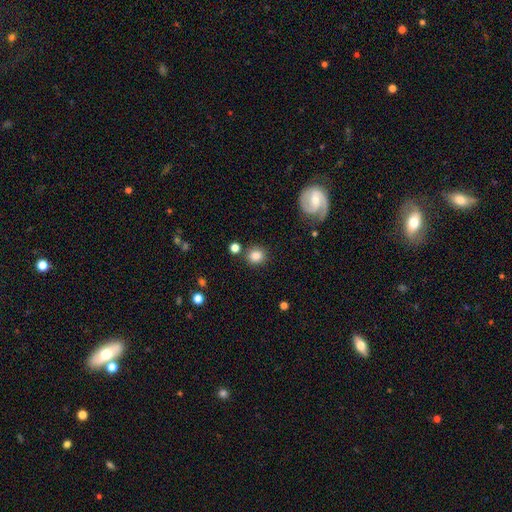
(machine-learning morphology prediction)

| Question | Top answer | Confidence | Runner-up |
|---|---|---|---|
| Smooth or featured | smooth | 83% | star or artifact (10%) |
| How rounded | round | 82% | in between (17%) |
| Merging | none | 81% | minor disturbance (10%) |